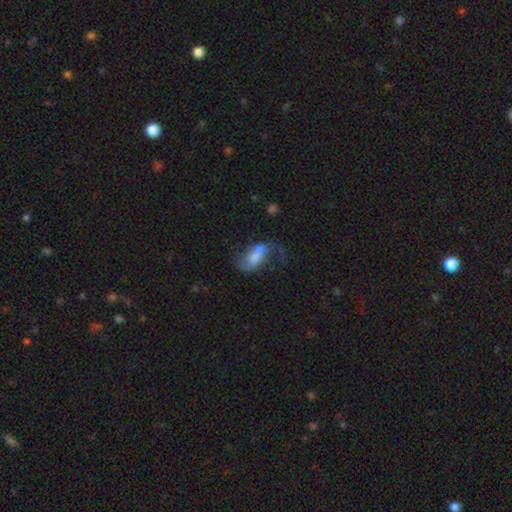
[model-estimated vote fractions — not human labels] Smooth or featured? featured or disk (47%)
Merging? none (32%)